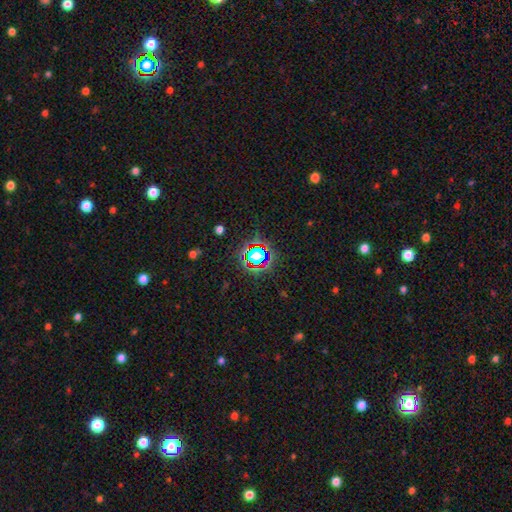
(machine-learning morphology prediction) smooth_or_featured: star or artifact (p=0.63) [alt: smooth p=0.25]